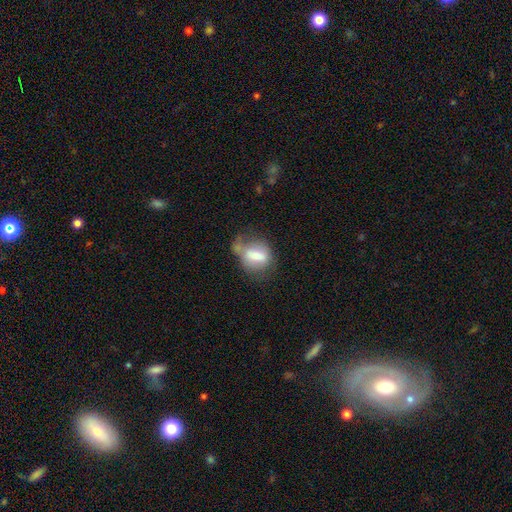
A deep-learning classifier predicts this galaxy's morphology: type=smooth (61%); roundness=in between (62%); merging=none (32%).